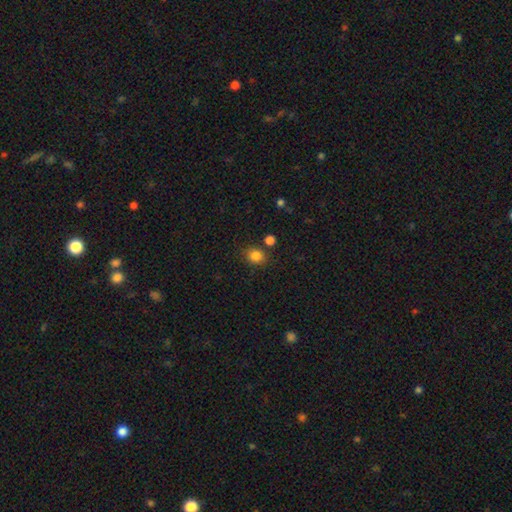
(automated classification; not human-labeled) Q: Smooth or featured?
A: smooth (84%); runner-up: star or artifact (12%)
Q: How rounded?
A: round (73%); runner-up: in between (26%)
Q: Merging?
A: none (79%); runner-up: minor disturbance (11%)